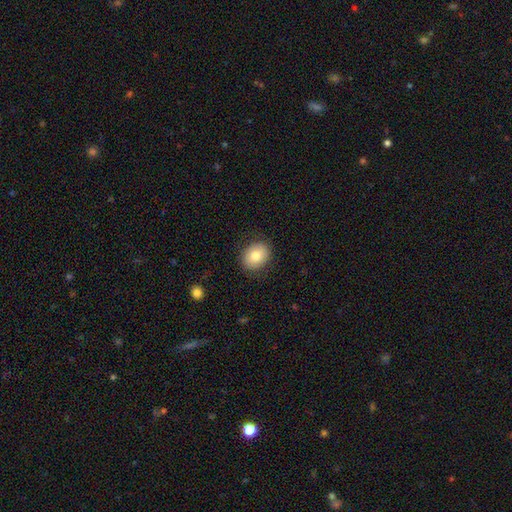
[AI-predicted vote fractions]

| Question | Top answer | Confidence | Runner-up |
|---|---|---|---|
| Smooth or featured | smooth | 79% | featured or disk (13%) |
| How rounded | in between | 53% | round (46%) |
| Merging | none | 86% | minor disturbance (10%) |